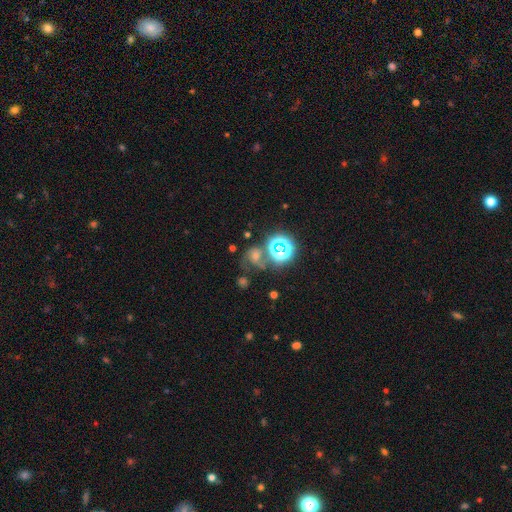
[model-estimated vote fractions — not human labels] smooth_or_featured: star or artifact (p=0.49) [alt: smooth p=0.27]